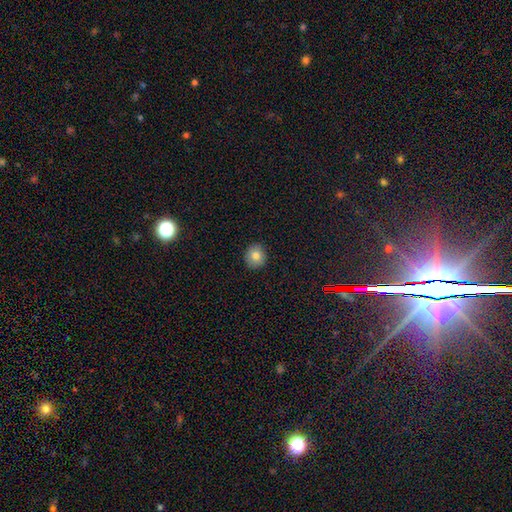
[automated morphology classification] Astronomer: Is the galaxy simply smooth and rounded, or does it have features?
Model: smooth — 80%.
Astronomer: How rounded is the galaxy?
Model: round — 84%.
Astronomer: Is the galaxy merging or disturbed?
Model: none — 90%.